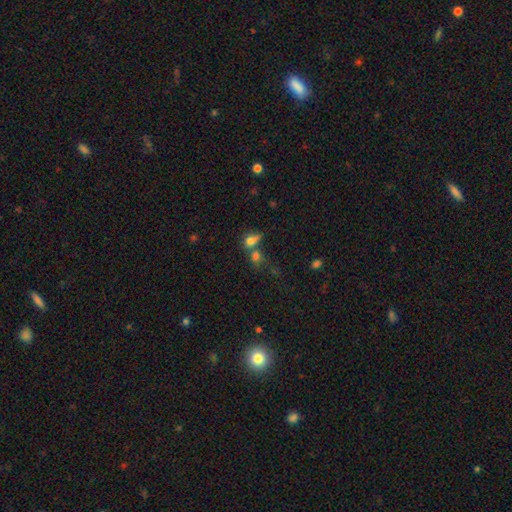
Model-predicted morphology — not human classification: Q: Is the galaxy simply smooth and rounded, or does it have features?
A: smooth — 64%.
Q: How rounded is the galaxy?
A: in between — 49%.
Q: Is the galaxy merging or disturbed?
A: none — 44%.